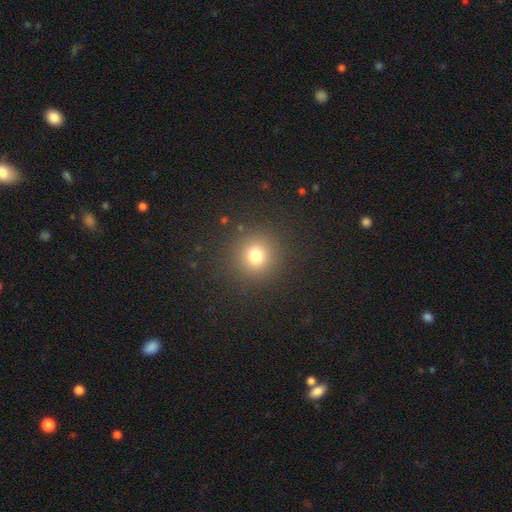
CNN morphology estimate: Overall: smooth (74%). How rounded: round (92%). Merging: none (89%).